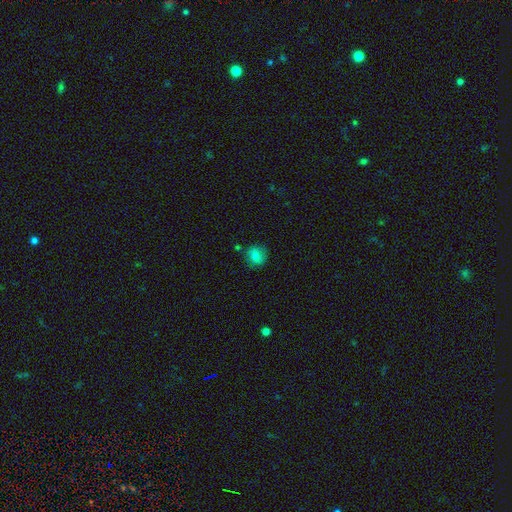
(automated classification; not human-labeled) Smooth or featured? Predicted: smooth (p=0.78). How rounded? Predicted: round (p=0.79). Merging? Predicted: none (p=0.78).